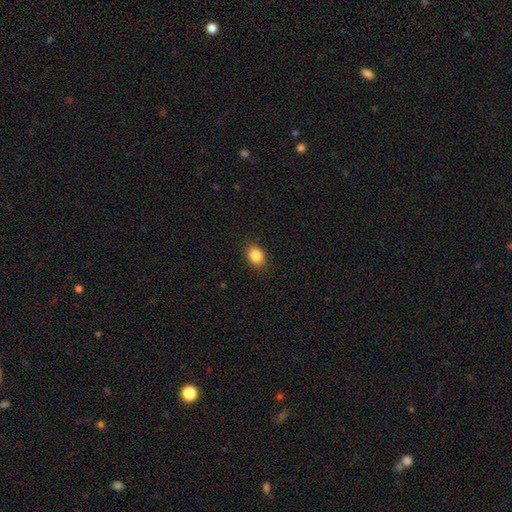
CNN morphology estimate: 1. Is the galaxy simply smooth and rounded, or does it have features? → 87% smooth, 9% star or artifact, 4% featured or disk.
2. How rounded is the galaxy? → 66% in between, 33% round, 1% cigar-shaped.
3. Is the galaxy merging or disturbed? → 88% none, 9% minor disturbance, 2% major disturbance, 1% merger.